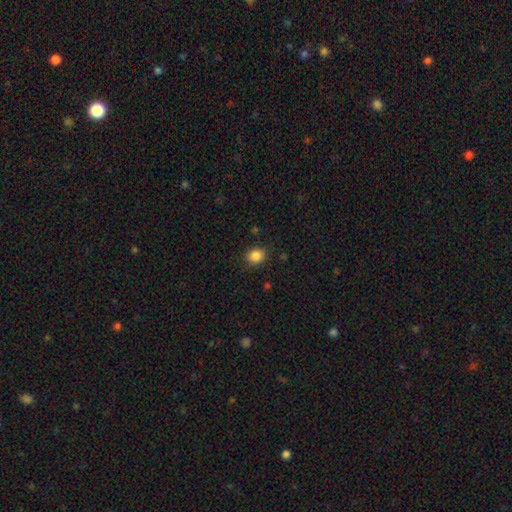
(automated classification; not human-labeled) Q: Smooth or featured?
A: smooth (86%); runner-up: star or artifact (10%)
Q: How rounded?
A: round (61%); runner-up: in between (39%)
Q: Merging?
A: none (87%); runner-up: minor disturbance (9%)